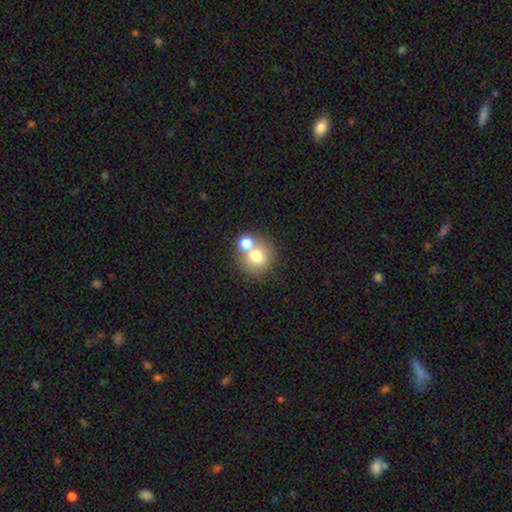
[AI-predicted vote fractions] smooth_or_featured: smooth (p=0.73) [alt: featured or disk p=0.15]
how_rounded: round (p=0.86) [alt: in between p=0.13]
merging: none (p=0.45) [tied with: merger p=0.45]